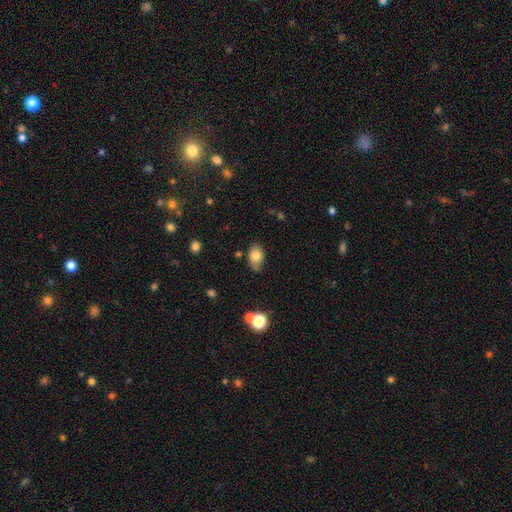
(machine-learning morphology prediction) Smooth or featured?
  - smooth: 80% *
  - featured or disk: 11%
  - star or artifact: 9%
How rounded?
  - in between: 83% *
  - round: 16%
  - cigar-shaped: 1%
Merging?
  - none: 65% *
  - minor disturbance: 27%
  - major disturbance: 5%
  - merger: 3%